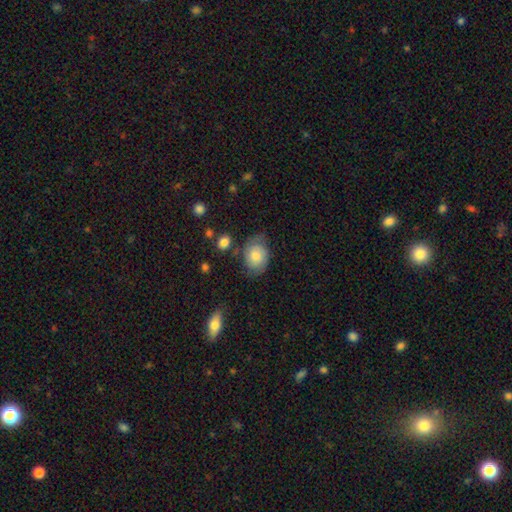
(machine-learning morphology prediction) smooth_or_featured: smooth (p=0.53) [alt: featured or disk p=0.38]
how_rounded: in between (p=0.62) [alt: round p=0.37]
merging: none (p=0.63) [alt: minor disturbance p=0.25]